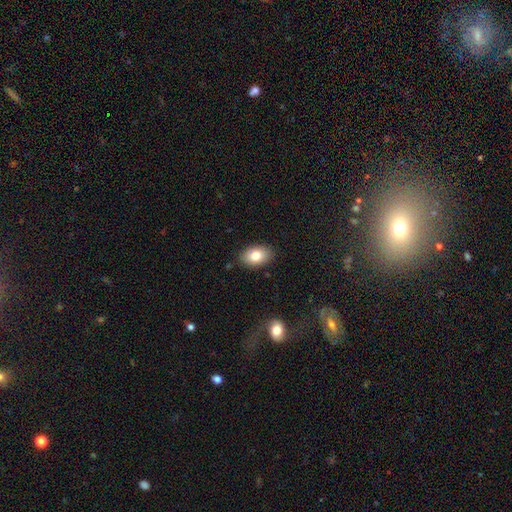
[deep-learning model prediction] Smooth or featured? smooth (81%)
How rounded? in between (87%)
Merging? none (87%)